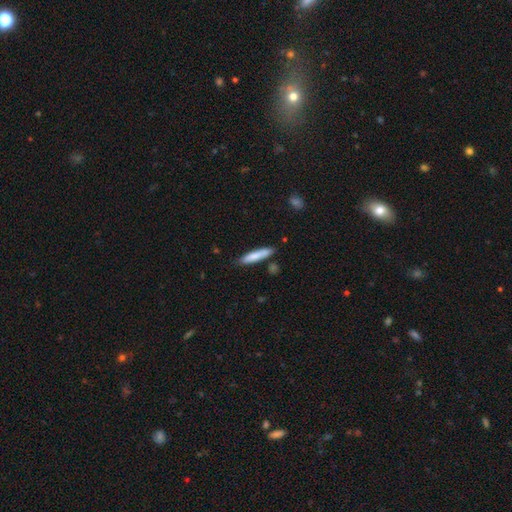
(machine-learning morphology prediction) This appears to be a smooth galaxy with no disk features (80%) that is cigar-shaped (88%). Merging: none (81%).